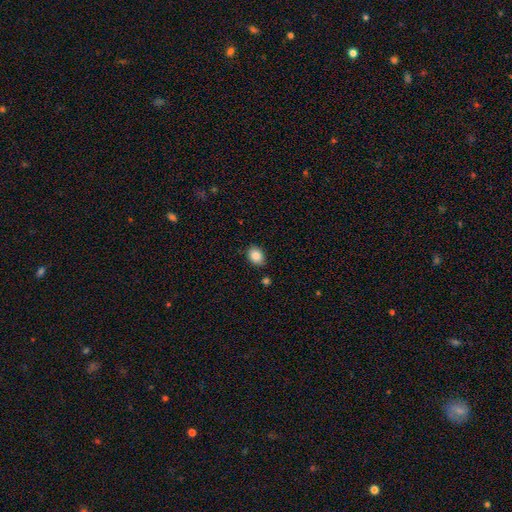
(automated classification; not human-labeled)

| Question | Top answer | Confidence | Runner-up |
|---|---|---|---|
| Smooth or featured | smooth | 85% | star or artifact (8%) |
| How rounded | in between | 66% | round (33%) |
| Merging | none | 84% | minor disturbance (11%) |